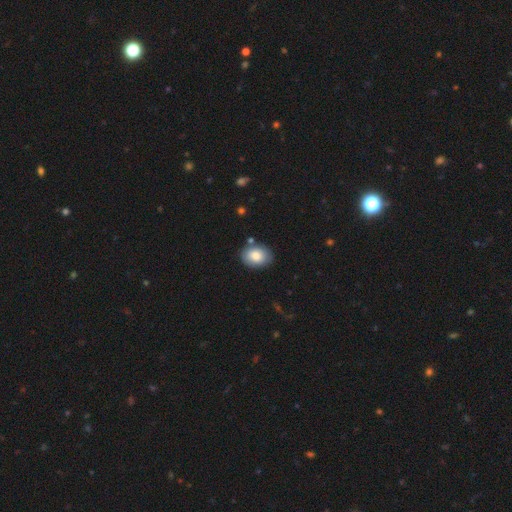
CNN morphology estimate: type=smooth (82%); roundness=in between (75%); merging=none (82%).